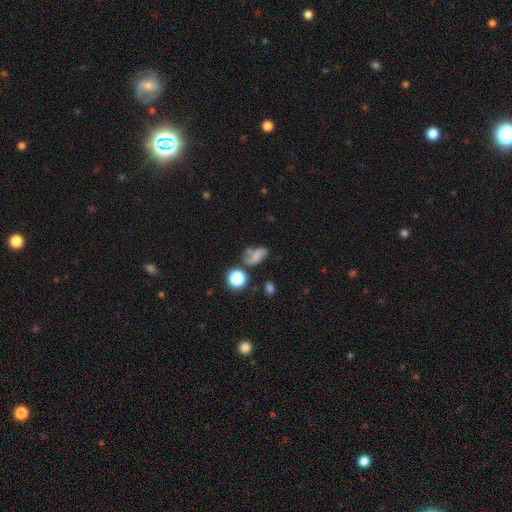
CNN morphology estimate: A featured or disk galaxy (44%).

Vote fractions:
- Smooth or featured? featured or disk: 44% / smooth: 41% / star or artifact: 15%
- Merging? none: 50% / minor disturbance: 24% / major disturbance: 14% / merger: 12%